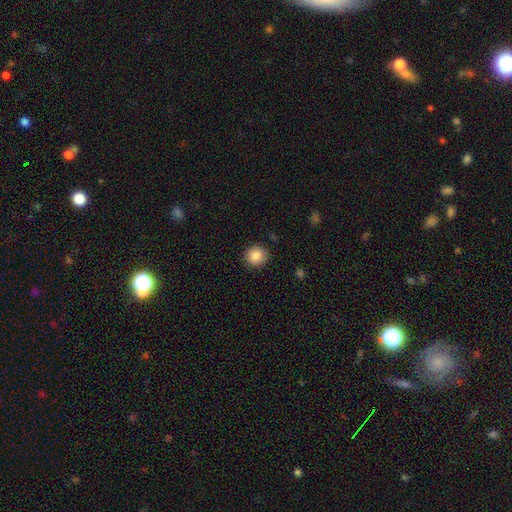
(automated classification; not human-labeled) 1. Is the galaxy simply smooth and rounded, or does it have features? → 85% smooth, 9% star or artifact, 6% featured or disk.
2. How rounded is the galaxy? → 91% round, 9% in between, 1% cigar-shaped.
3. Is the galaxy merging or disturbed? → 91% none, 6% minor disturbance, 2% major disturbance, 1% merger.